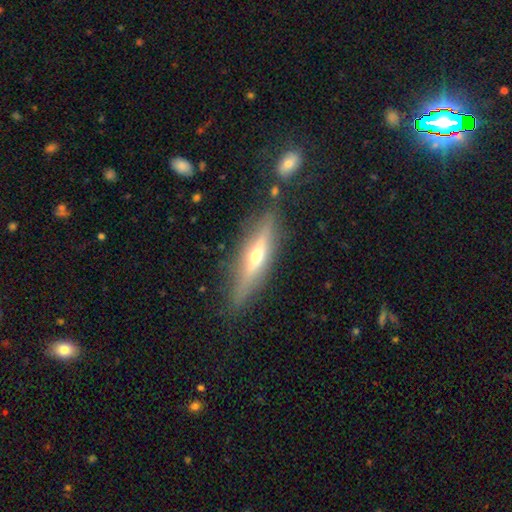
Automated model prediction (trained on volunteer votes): Smooth or featured?
  - featured or disk: 64% *
  - smooth: 29%
  - star or artifact: 7%
Edge-on disk?
  - yes: 92% *
  - no: 8%
Edge-on bulge?
  - rounded: 89% *
  - none: 7%
  - boxy: 4%
Merging?
  - none: 83% *
  - minor disturbance: 11%
  - major disturbance: 3%
  - merger: 3%